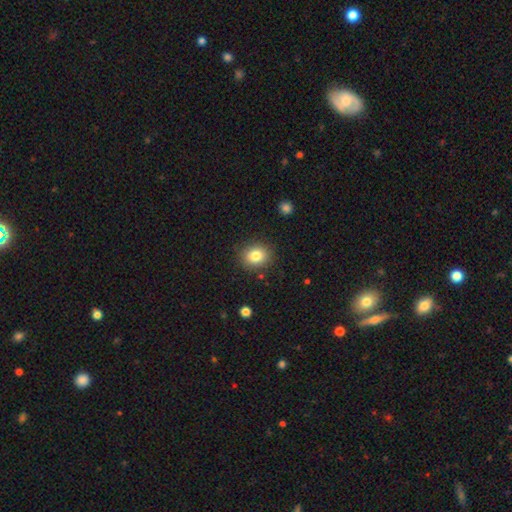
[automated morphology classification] Smooth or featured: smooth — 82% (star or artifact — 10%)
How rounded: round — 69% (in between — 31%)
Merging: none — 87% (minor disturbance — 9%)